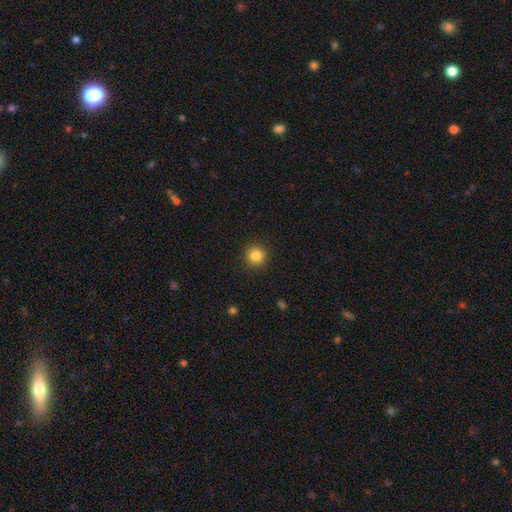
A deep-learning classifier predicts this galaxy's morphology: smooth 85%, star or artifact 11%, featured or disk 4%. Down the decision tree: how rounded — round (95%); merging — none (92%).